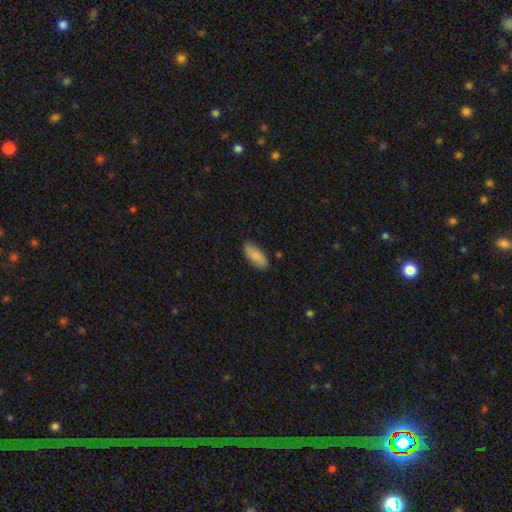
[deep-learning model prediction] smooth 86%, featured or disk 8%, star or artifact 6%. Down the decision tree: how rounded — in between (85%); merging — none (85%).